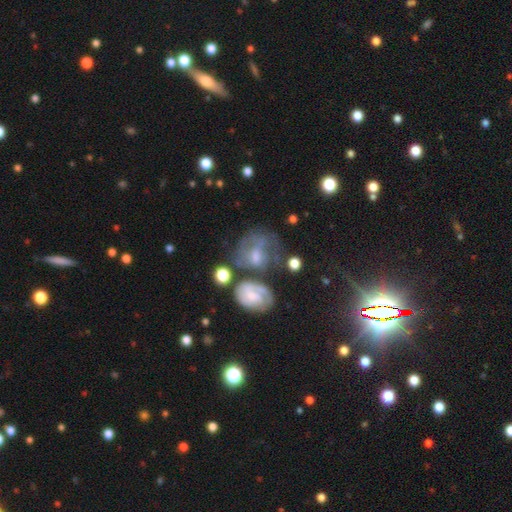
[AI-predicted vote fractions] Q: Smooth or featured?
A: featured or disk (51%); runner-up: smooth (35%)
Q: Edge-on disk?
A: no (96%); runner-up: yes (4%)
Q: Merging?
A: none (33%); runner-up: major disturbance (24%)